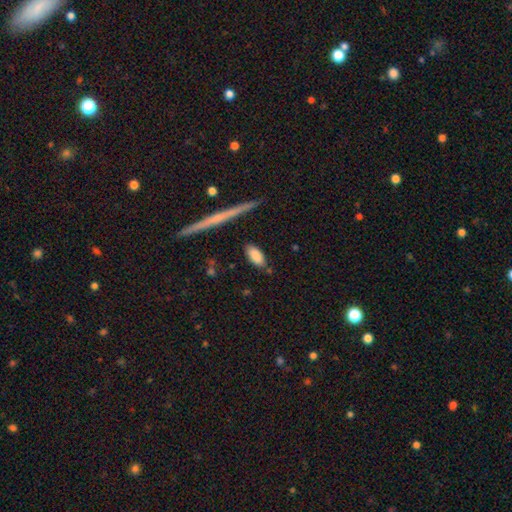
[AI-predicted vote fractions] Overall: smooth (85%). How rounded: in between (87%). Merging: none (79%).